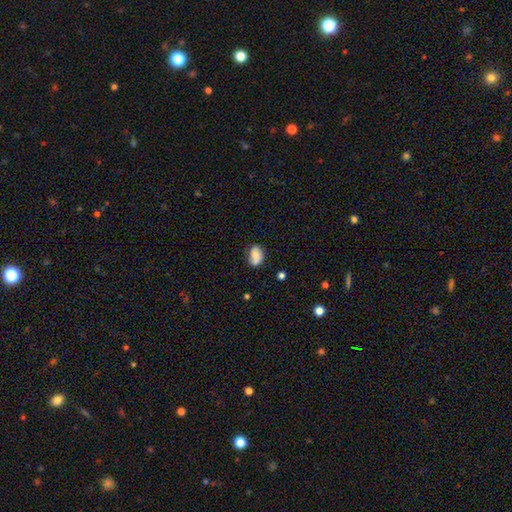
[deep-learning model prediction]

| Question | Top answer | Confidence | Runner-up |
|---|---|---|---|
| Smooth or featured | smooth | 69% | featured or disk (23%) |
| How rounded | in between | 81% | round (18%) |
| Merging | none | 58% | minor disturbance (22%) |